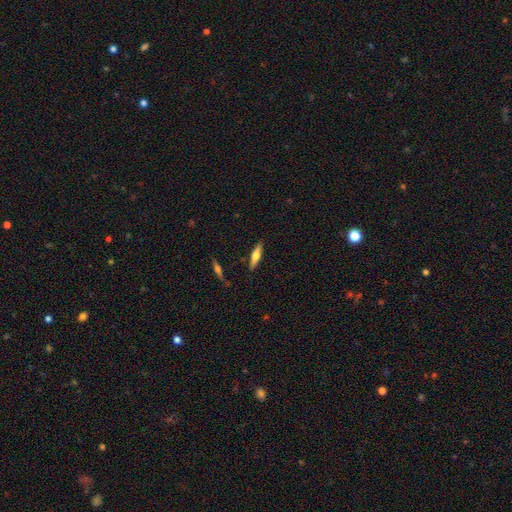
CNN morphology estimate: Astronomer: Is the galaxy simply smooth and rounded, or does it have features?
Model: smooth — 52% (runner-up: featured or disk, 41%).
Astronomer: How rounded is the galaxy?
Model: cigar-shaped — 70%.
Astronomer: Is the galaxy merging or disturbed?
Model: none — 87%.